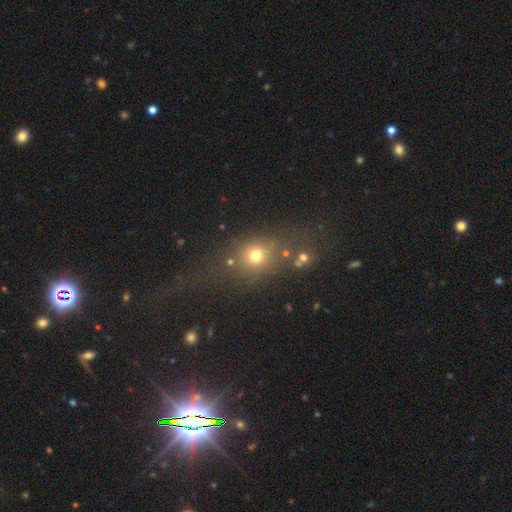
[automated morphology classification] A smooth galaxy with no disk features (67%) that is round (62%).

Vote fractions:
- Smooth or featured? smooth: 67% / star or artifact: 22% / featured or disk: 12%
- How rounded? round: 62% / in between: 35% / cigar-shaped: 3%
- Merging? none: 62% / minor disturbance: 14% / merger: 12% / major disturbance: 11%